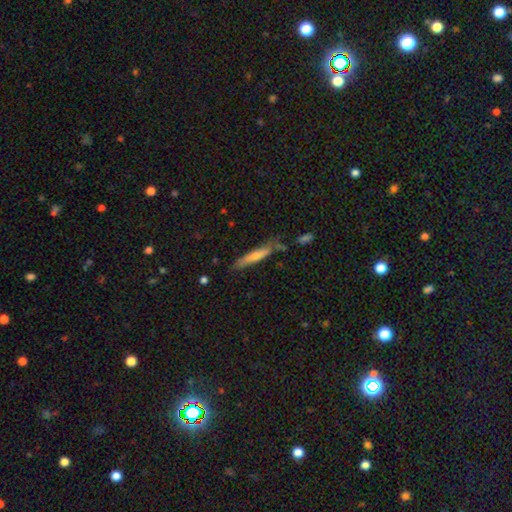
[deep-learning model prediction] Smooth or featured: smooth — 53% (featured or disk — 41%)
How rounded: cigar-shaped — 91% (in between — 8%)
Merging: none — 72% (minor disturbance — 19%)